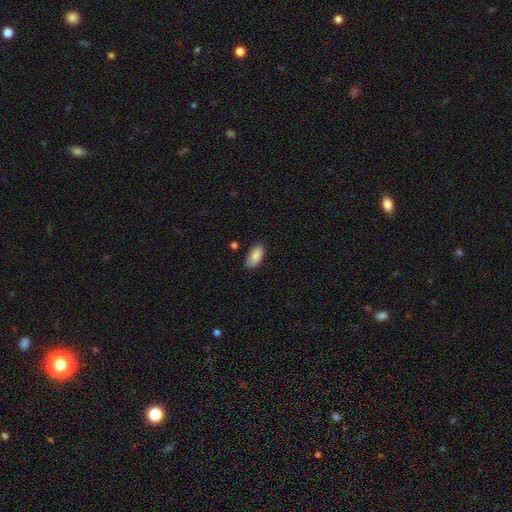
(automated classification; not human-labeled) Overall: smooth (88%). How rounded: in between (92%). Merging: none (77%).